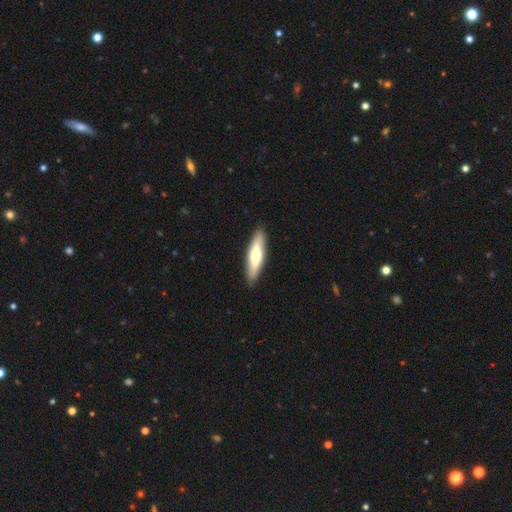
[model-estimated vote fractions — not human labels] Smooth or featured: smooth — 58% (featured or disk — 37%)
How rounded: cigar-shaped — 72% (in between — 26%)
Merging: none — 90% (minor disturbance — 8%)